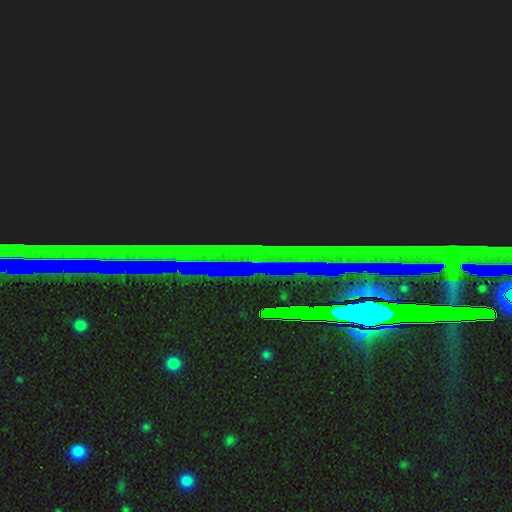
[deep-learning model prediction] This is clearly a star or artifact rather than a galaxy (85%).